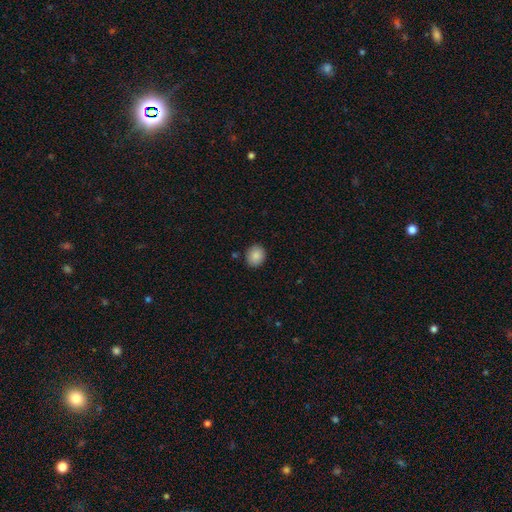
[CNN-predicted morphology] smooth 88%, star or artifact 8%, featured or disk 4%. Down the decision tree: how rounded — round (74%); merging — none (88%).